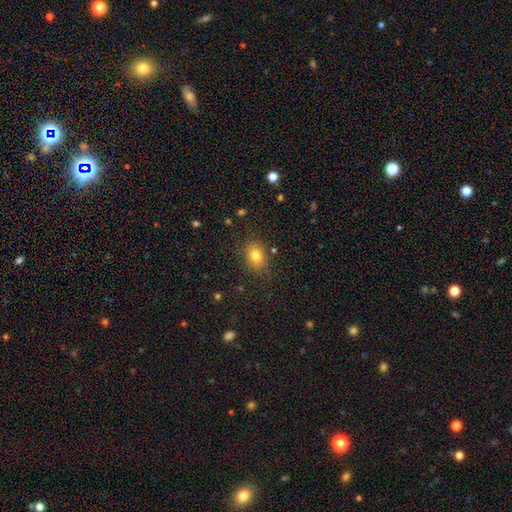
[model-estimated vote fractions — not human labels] A smooth galaxy with no disk features (78%) that is in between round and cigar-shaped (61%).

Vote fractions:
- Smooth or featured? smooth: 78% / star or artifact: 12% / featured or disk: 9%
- How rounded? in between: 61% / round: 38% / cigar-shaped: 1%
- Merging? none: 81% / minor disturbance: 13% / major disturbance: 4% / merger: 2%